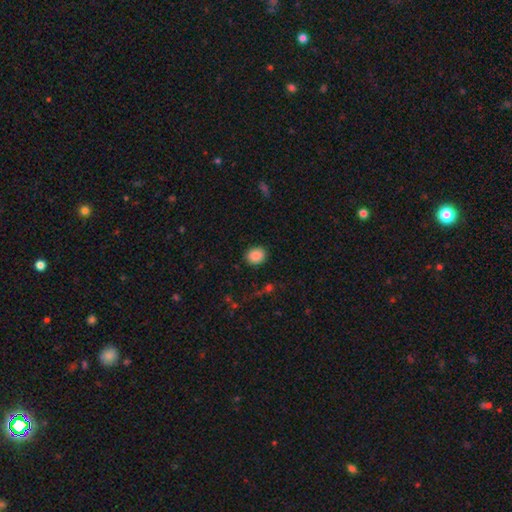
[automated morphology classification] The model was most divided on "how rounded": round: 66%, in between: 33%, cigar-shaped: 1%. More confident: merging — none (88%); smooth or featured — smooth (87%).